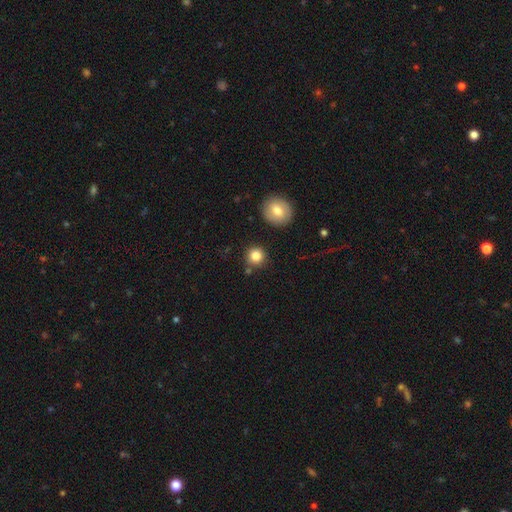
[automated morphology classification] This appears to be a smooth galaxy with no disk features (83%) that is round (92%). Merging: none (83%).